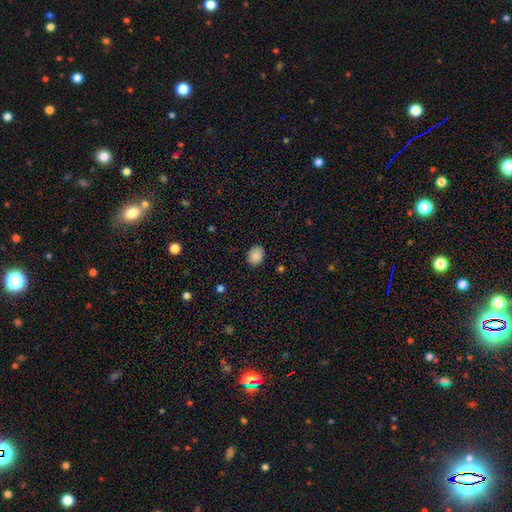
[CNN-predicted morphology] Q: Smooth or featured?
A: smooth (88%); runner-up: star or artifact (9%)
Q: How rounded?
A: in between (57%); runner-up: round (42%)
Q: Merging?
A: none (87%); runner-up: minor disturbance (10%)